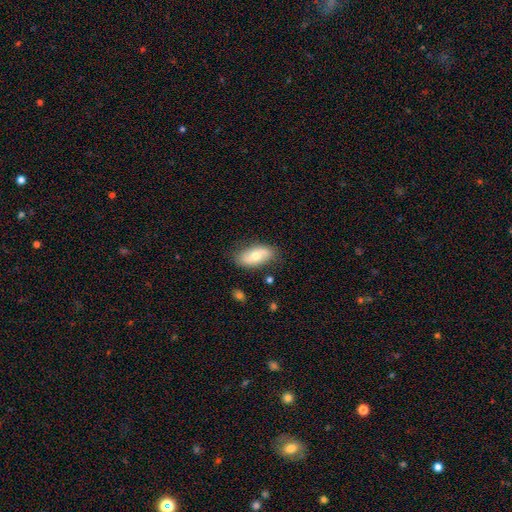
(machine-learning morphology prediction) Smooth or featured: smooth — 57% (featured or disk — 37%)
How rounded: in between — 89% (cigar-shaped — 7%)
Merging: none — 78% (minor disturbance — 16%)